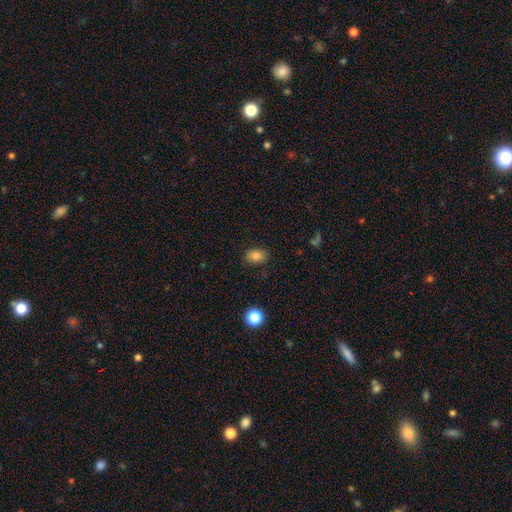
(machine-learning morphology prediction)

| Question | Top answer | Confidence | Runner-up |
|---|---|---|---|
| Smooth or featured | smooth | 83% | star or artifact (10%) |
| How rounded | in between | 77% | round (21%) |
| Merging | none | 85% | minor disturbance (11%) |